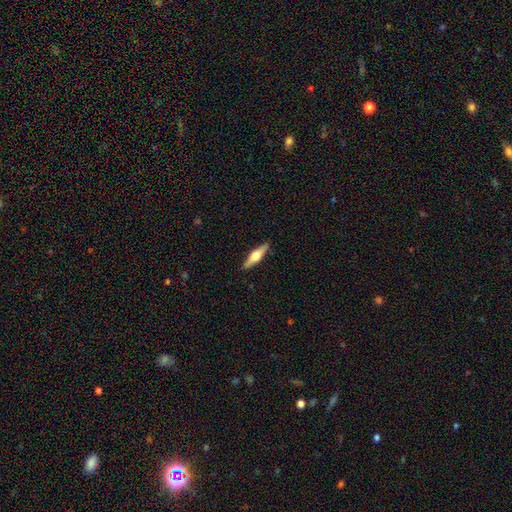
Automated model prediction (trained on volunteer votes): This appears to be a featured or disk galaxy (61%) viewed edge-on (96%) with a rounded central bulge (93%). Merging: none (90%).